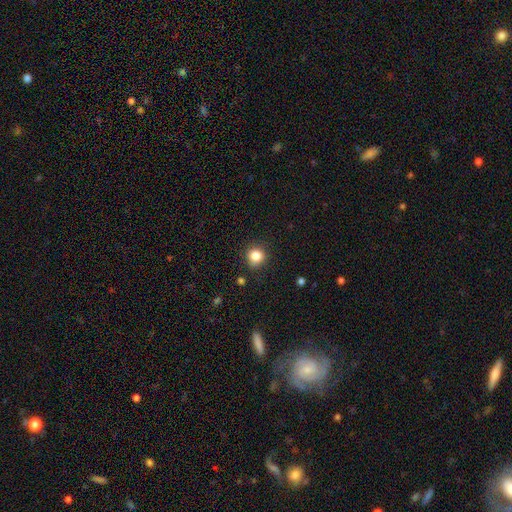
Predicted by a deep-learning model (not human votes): Smooth or featured: smooth — 84% (star or artifact — 11%)
How rounded: round — 88% (in between — 12%)
Merging: none — 87% (minor disturbance — 9%)